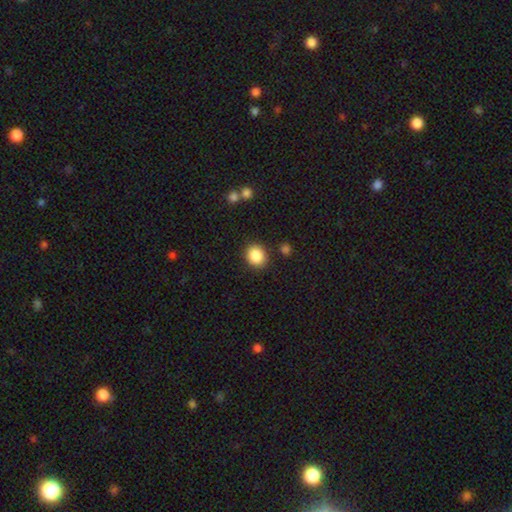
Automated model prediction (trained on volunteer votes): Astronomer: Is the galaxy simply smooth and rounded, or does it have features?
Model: smooth — 88%.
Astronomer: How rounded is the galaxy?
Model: round — 73%.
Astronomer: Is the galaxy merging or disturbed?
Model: none — 85%.